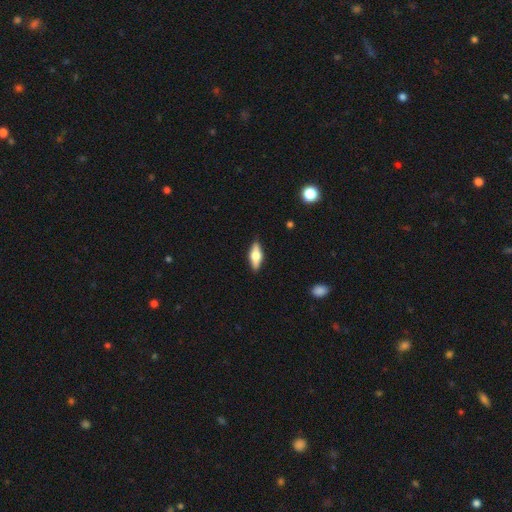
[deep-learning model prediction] Smooth or featured? Predicted: smooth (p=0.52). How rounded? Predicted: in between (p=0.64). Merging? Predicted: none (p=0.87).